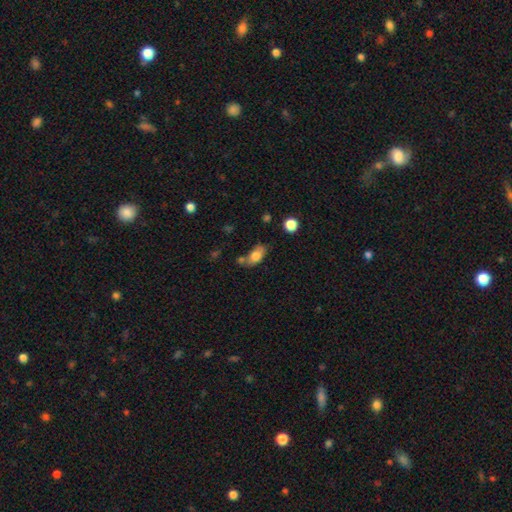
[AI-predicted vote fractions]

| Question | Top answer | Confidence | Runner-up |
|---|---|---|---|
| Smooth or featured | smooth | 79% | featured or disk (13%) |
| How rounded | in between | 88% | round (8%) |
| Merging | none | 52% | minor disturbance (23%) |